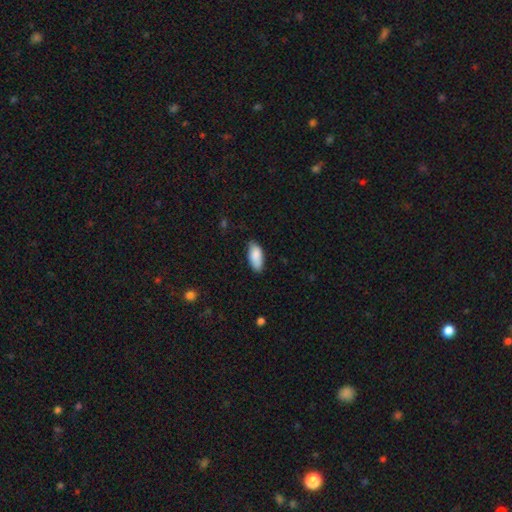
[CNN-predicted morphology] smooth-or-featured: smooth: 86% | featured or disk: 7% | star or artifact: 6%
  how-rounded: in between: 89% | cigar-shaped: 9% | round: 2%
  merging: none: 74% | minor disturbance: 22% | major disturbance: 3% | merger: 1%